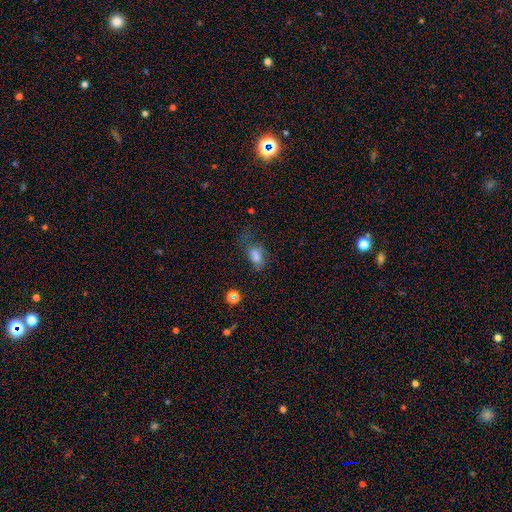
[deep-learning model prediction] The model was most divided on "merging": none: 39%, major disturbance: 29%, minor disturbance: 26%, merger: 5%. More confident: how rounded — in between (82%); smooth or featured — smooth (68%).